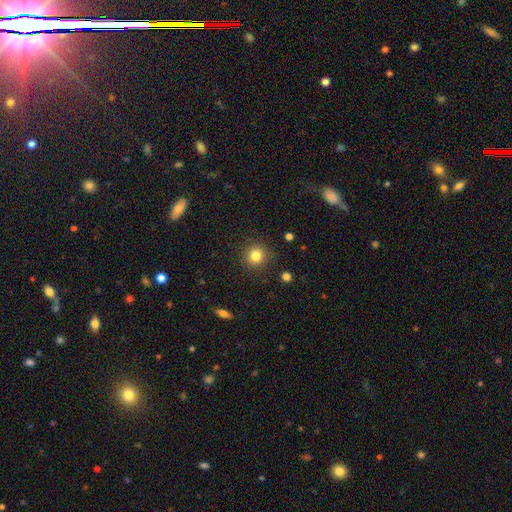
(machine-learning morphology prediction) A smooth galaxy with no disk features (82%) that is round (92%). Merging: none (90%).